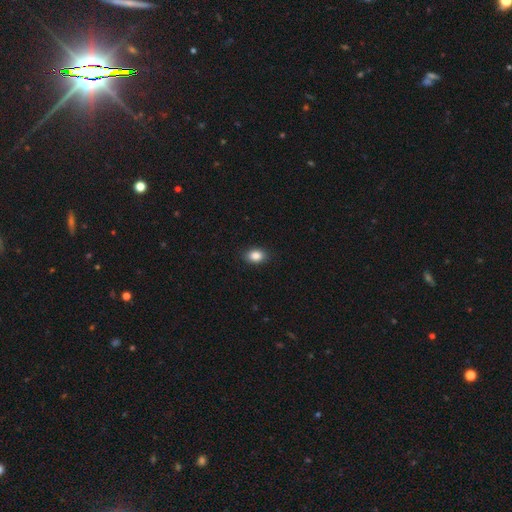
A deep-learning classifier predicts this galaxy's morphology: A smooth galaxy with no disk features (87%) that is in between round and cigar-shaped (78%).

Vote fractions:
- Smooth or featured? smooth: 87% / star or artifact: 9% / featured or disk: 5%
- How rounded? in between: 78% / round: 21% / cigar-shaped: 1%
- Merging? none: 89% / minor disturbance: 8% / major disturbance: 2% / merger: 1%